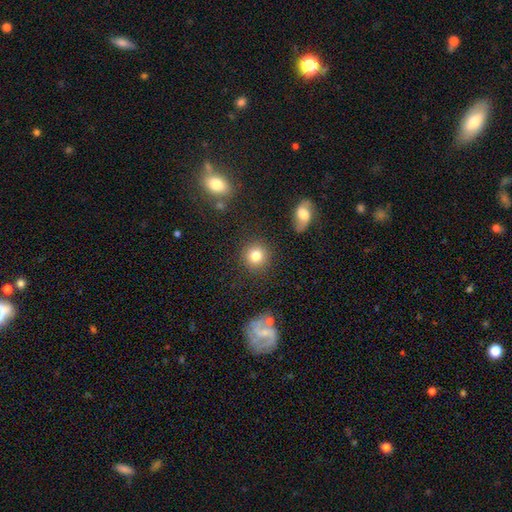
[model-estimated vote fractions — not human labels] Smooth or featured: smooth — 81% (star or artifact — 11%)
How rounded: round — 91% (in between — 8%)
Merging: none — 87% (minor disturbance — 7%)